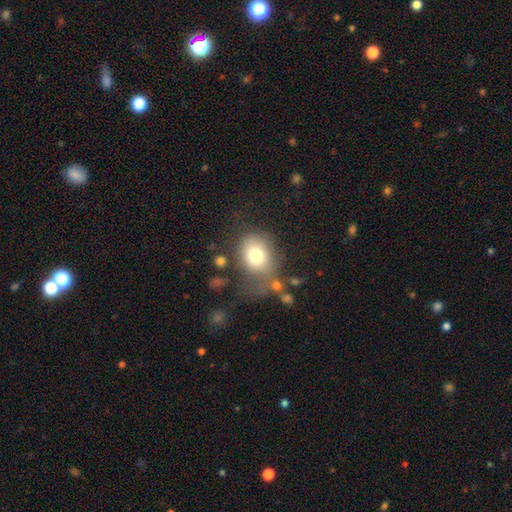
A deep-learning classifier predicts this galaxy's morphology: This is likely a smooth galaxy (74%). How rounded: possibly round (53%). Merging: marginally none (40%).